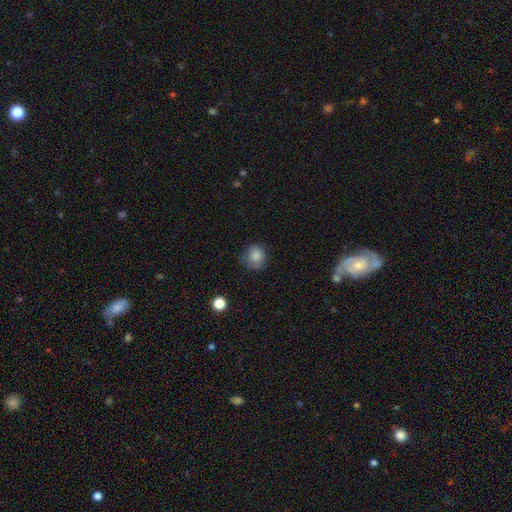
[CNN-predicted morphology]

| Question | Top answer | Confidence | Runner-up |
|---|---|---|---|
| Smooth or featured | smooth | 84% | star or artifact (10%) |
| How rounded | round | 83% | in between (16%) |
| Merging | none | 69% | minor disturbance (23%) |